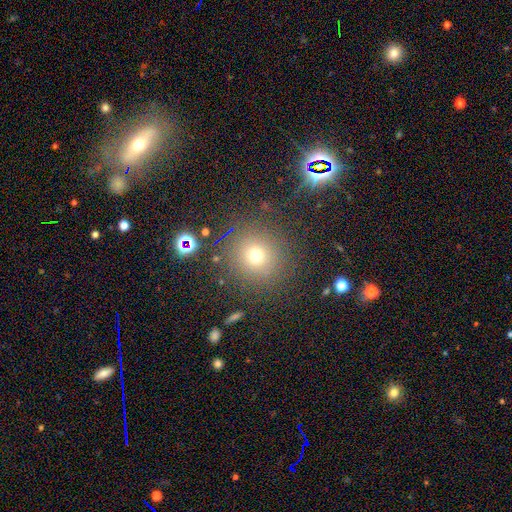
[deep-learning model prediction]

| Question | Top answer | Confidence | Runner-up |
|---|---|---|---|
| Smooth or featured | smooth | 68% | star or artifact (22%) |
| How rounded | round | 92% | in between (7%) |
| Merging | none | 86% | minor disturbance (7%) |